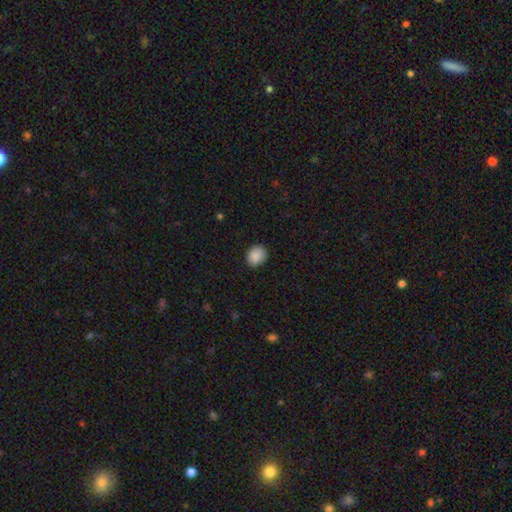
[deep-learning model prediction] Smooth or featured? Predicted: smooth (p=0.88). How rounded? Predicted: round (p=0.68). Merging? Predicted: none (p=0.84).